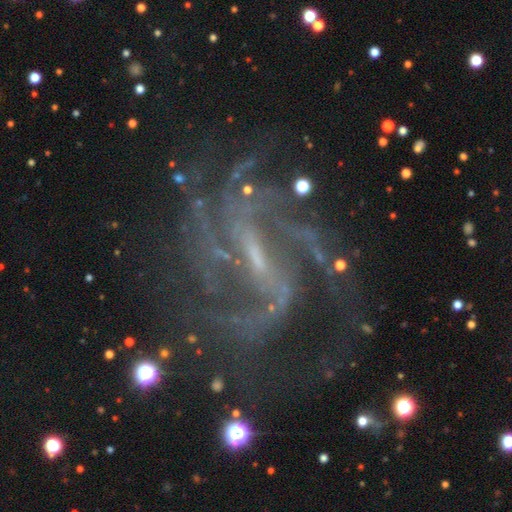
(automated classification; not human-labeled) Smooth or featured? featured or disk (86%)
Edge-on disk? no (96%)
Bar? strong (48%)
Spiral arms? yes (95%)
Spiral winding? medium (48%)
Spiral arm count? can't tell (24%)
Bulge size? small (64%)
Merging? none (60%)